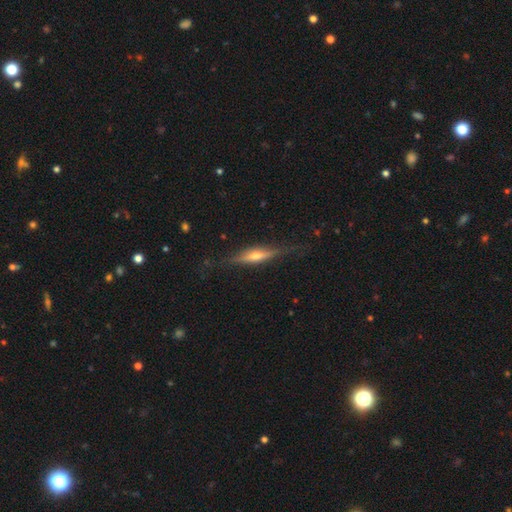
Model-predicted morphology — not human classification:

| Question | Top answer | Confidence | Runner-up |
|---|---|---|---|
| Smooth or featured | featured or disk | 63% | smooth (30%) |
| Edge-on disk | yes | 94% | no (6%) |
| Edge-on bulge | rounded | 82% | boxy (9%) |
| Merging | none | 77% | minor disturbance (17%) |